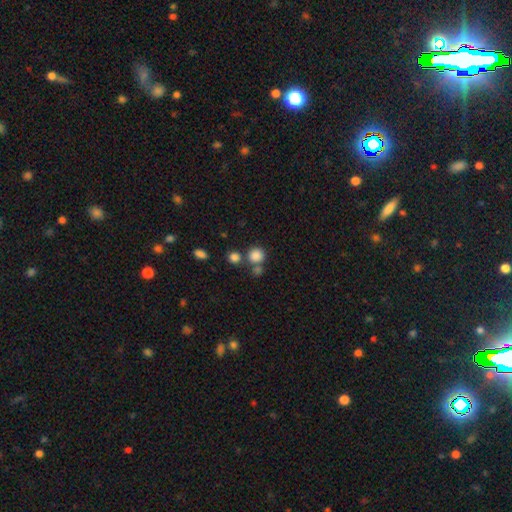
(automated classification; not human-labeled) Smooth or featured? smooth (84%)
How rounded? round (88%)
Merging? none (63%)